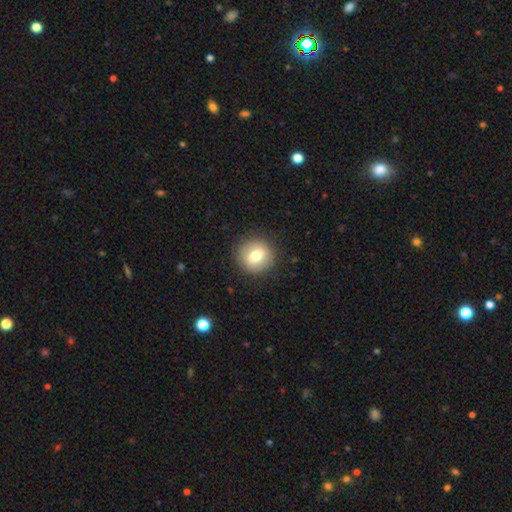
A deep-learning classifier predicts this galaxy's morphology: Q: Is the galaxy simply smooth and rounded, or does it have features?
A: smooth — 71%.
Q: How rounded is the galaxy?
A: round — 84%.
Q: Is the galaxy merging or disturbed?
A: none — 88%.